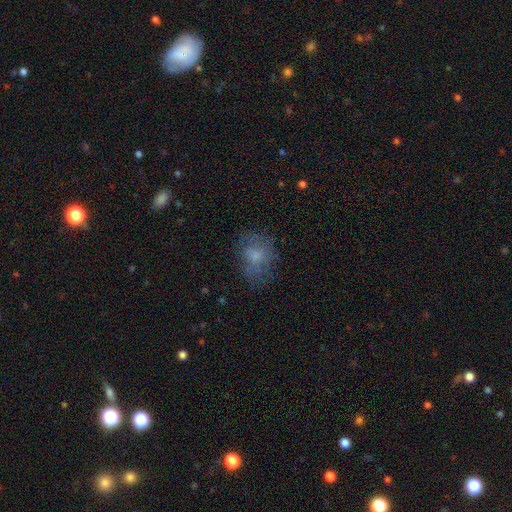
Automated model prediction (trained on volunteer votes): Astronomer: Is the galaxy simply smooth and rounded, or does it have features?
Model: smooth — 60%.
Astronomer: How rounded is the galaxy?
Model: in between — 52% (runner-up: round, 47%).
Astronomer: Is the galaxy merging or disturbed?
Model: none — 58%.